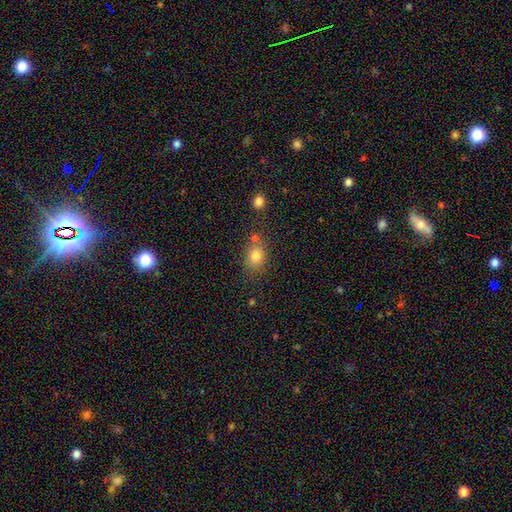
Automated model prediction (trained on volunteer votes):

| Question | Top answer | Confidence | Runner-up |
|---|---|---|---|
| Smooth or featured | smooth | 81% | star or artifact (12%) |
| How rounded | round | 50% | in between (48%) |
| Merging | none | 62% | merger (18%) |